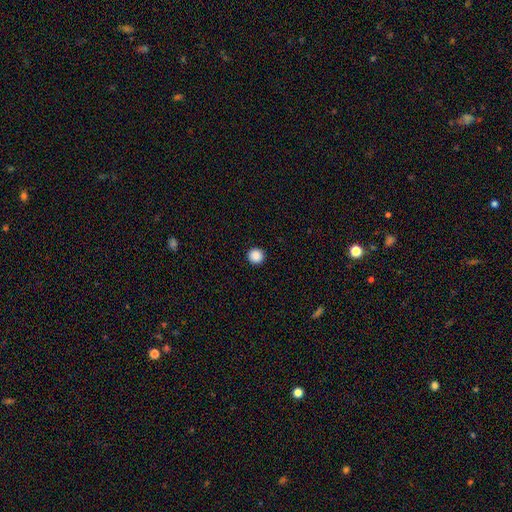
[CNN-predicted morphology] Smooth or featured?
  - smooth: 88% *
  - star or artifact: 9%
  - featured or disk: 2%
How rounded?
  - round: 94% *
  - in between: 5%
  - cigar-shaped: 1%
Merging?
  - none: 94% *
  - minor disturbance: 4%
  - major disturbance: 2%
  - merger: 1%